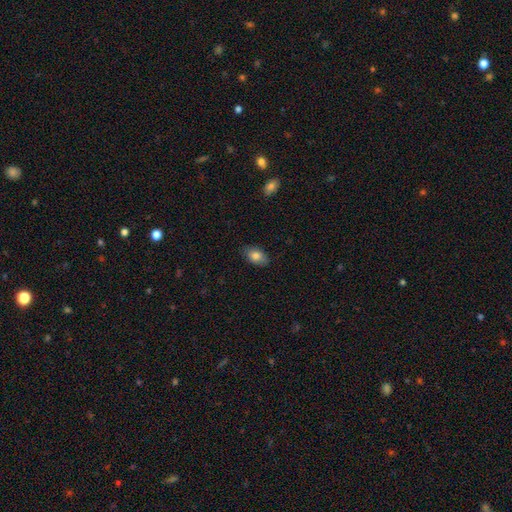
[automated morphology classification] smooth_or_featured: smooth (p=0.82) [alt: featured or disk p=0.10]
how_rounded: in between (p=0.88) [alt: round p=0.10]
merging: none (p=0.84) [alt: minor disturbance p=0.12]